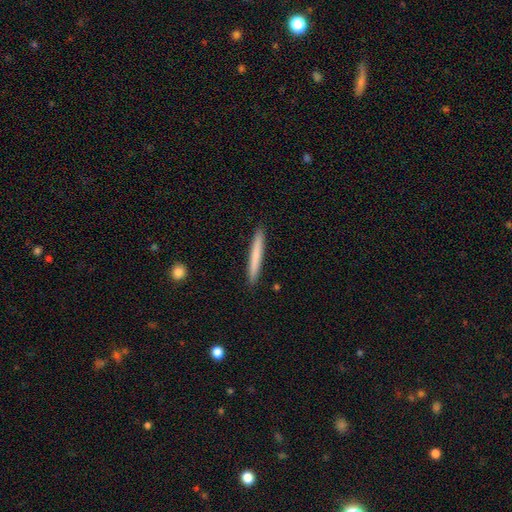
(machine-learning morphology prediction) type=smooth (71%); roundness=cigar-shaped (97%); merging=none (92%).